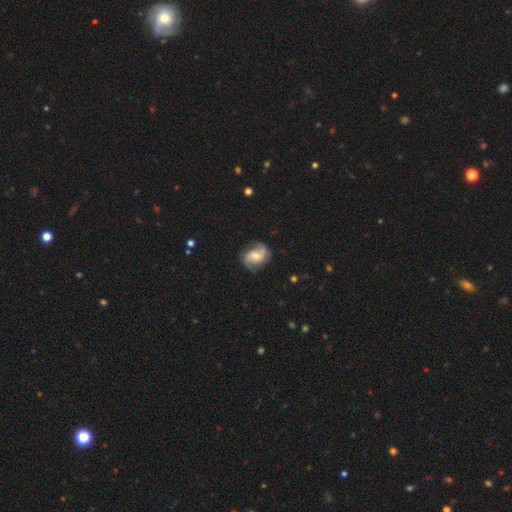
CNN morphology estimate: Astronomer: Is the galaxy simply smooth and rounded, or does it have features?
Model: featured or disk — 75%.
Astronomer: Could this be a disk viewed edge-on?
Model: no — 97%.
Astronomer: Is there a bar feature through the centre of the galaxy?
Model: no — 44% (runner-up: weak, 42%).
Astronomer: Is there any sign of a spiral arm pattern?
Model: yes — 94%.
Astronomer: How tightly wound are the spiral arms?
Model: medium — 44% (runner-up: loose, 35%).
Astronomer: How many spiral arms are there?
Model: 2 — 88%.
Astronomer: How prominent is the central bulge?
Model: moderate — 55% (runner-up: small, 38%).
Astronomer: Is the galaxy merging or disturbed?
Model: none — 77%.